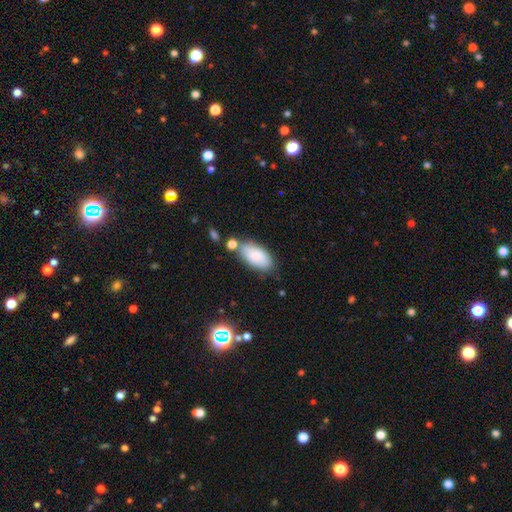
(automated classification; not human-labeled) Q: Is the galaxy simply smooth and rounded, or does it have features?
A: smooth — 82%.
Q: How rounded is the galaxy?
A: in between — 93%.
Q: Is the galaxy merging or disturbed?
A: none — 65%.